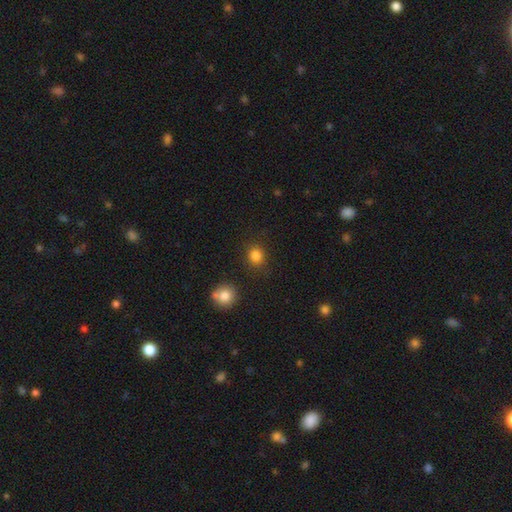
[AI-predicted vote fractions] smooth 84%, star or artifact 12%, featured or disk 4%. Down the decision tree: how rounded — round (81%); merging — none (85%).